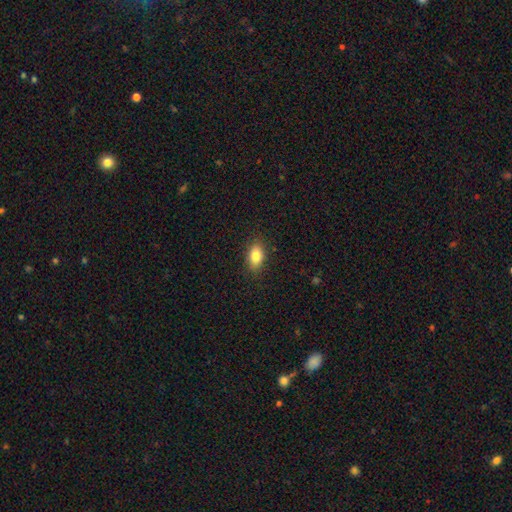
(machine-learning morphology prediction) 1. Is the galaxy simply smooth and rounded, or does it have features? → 83% smooth, 9% featured or disk, 8% star or artifact.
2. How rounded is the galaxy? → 87% in between, 9% round, 3% cigar-shaped.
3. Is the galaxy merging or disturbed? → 87% none, 9% minor disturbance, 2% major disturbance, 1% merger.